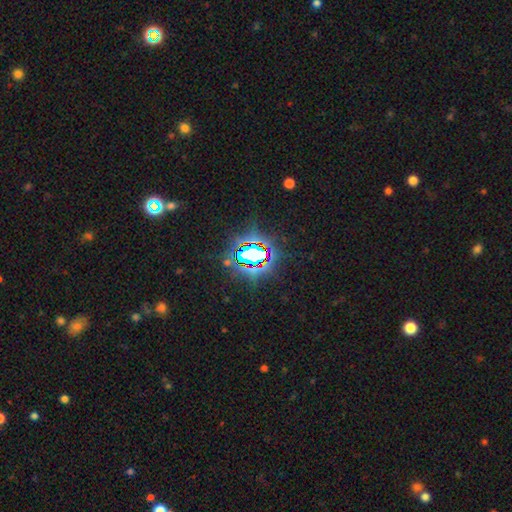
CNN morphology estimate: Smooth or featured? Predicted: star or artifact (p=0.75).